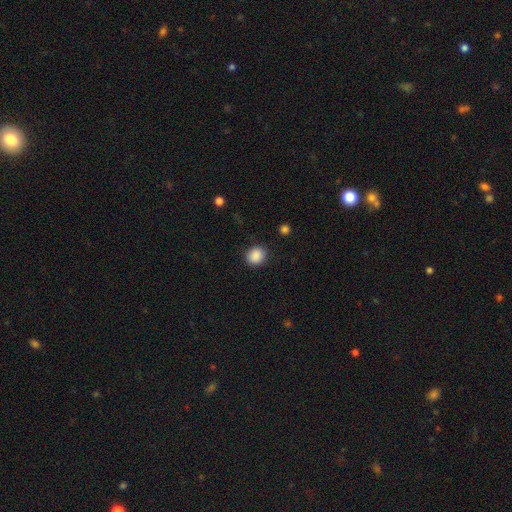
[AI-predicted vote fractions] A smooth galaxy with no disk features (89%) that is round (81%). Merging: none (89%).